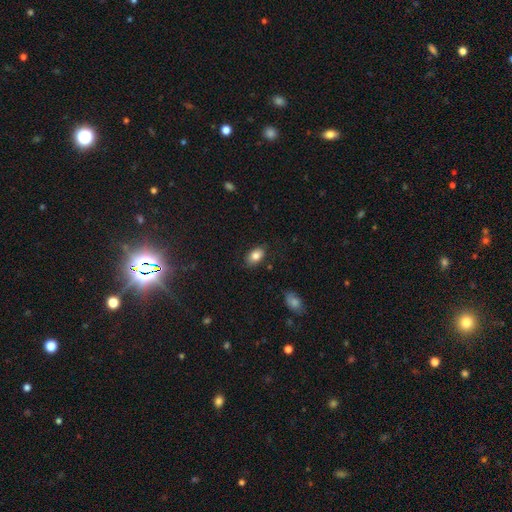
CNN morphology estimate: A smooth galaxy with no disk features (83%) that is in between round and cigar-shaped (89%).

Vote fractions:
- Smooth or featured? smooth: 83% / featured or disk: 9% / star or artifact: 8%
- How rounded? in between: 89% / round: 9% / cigar-shaped: 2%
- Merging? none: 81% / minor disturbance: 14% / major disturbance: 3% / merger: 2%